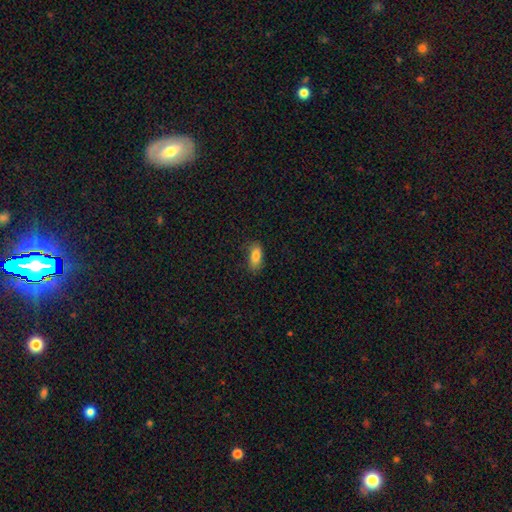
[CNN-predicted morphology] Smooth or featured? smooth (82%)
How rounded? in between (86%)
Merging? none (77%)